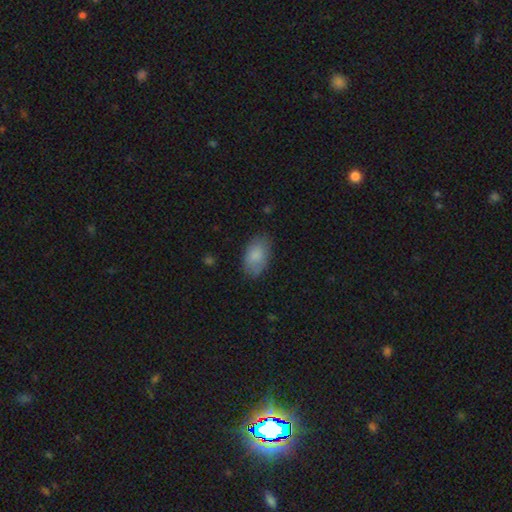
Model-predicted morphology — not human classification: A smooth galaxy with no disk features (85%) that is in between round and cigar-shaped (93%).

Vote fractions:
- Smooth or featured? smooth: 85% / featured or disk: 9% / star or artifact: 7%
- How rounded? in between: 93% / round: 6% / cigar-shaped: 2%
- Merging? none: 76% / minor disturbance: 18% / major disturbance: 4% / merger: 1%